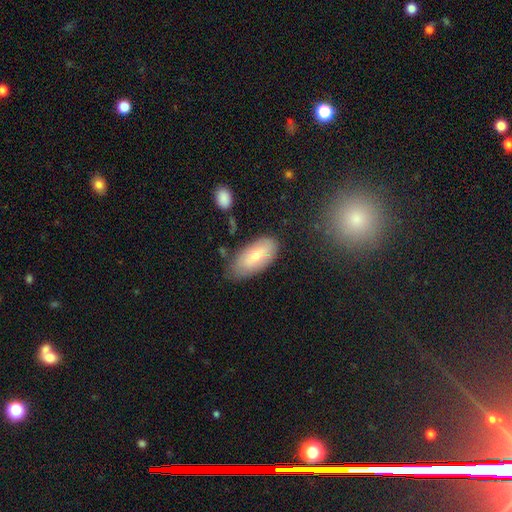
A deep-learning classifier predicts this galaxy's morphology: This is likely a smooth galaxy (62%). How rounded: clearly in between (91%). Merging: likely none (70%).